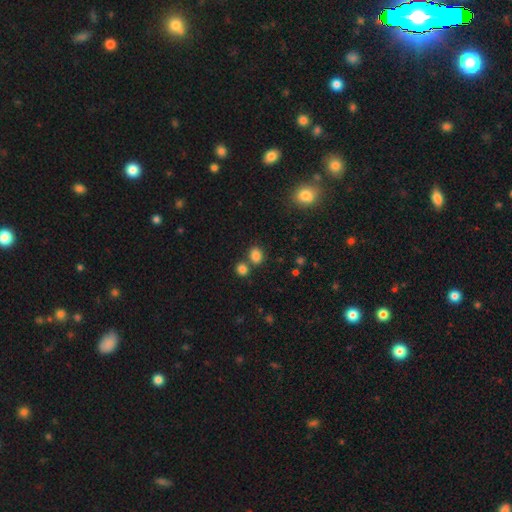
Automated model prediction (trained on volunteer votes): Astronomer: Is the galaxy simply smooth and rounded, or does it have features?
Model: smooth — 83%.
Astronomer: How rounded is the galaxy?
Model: in between — 55% (runner-up: round, 44%).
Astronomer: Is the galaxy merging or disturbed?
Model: none — 64%.